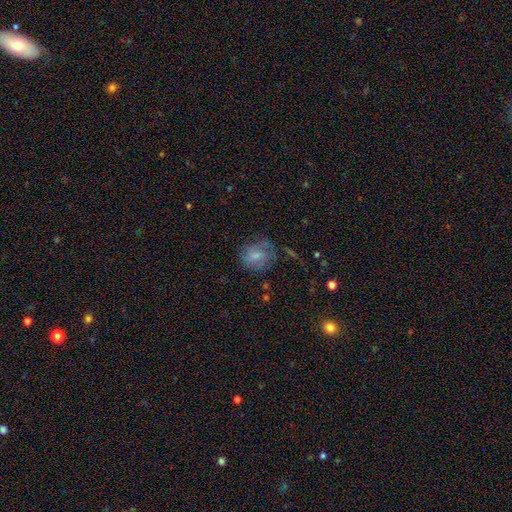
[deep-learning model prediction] Smooth or featured: smooth — 57% (featured or disk — 32%)
How rounded: round — 54% (in between — 44%)
Merging: none — 62% (minor disturbance — 23%)